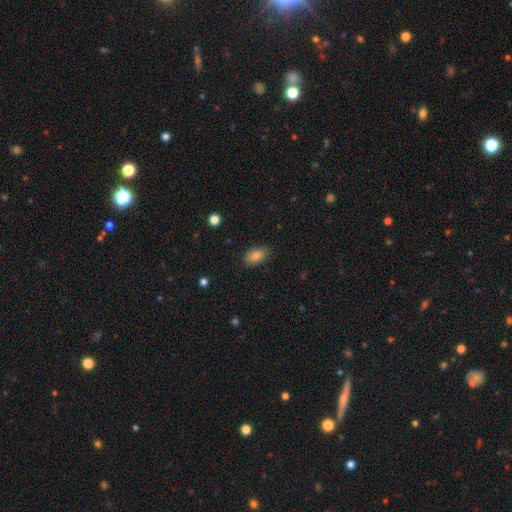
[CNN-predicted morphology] The model was most divided on "merging": none: 84%, minor disturbance: 12%, major disturbance: 3%, merger: 1%. More confident: how rounded — in between (90%); smooth or featured — smooth (84%).